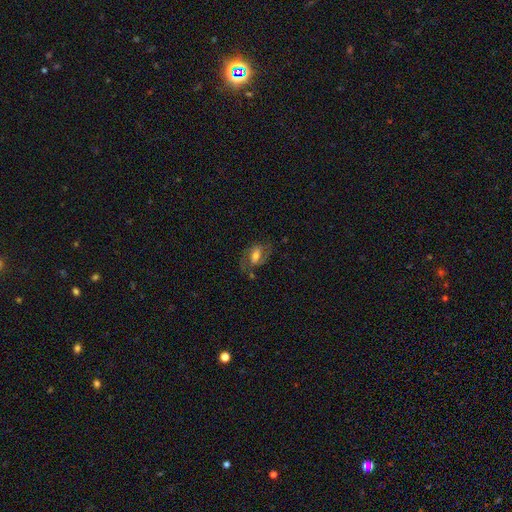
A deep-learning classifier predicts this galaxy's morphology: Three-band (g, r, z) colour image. It shows a featured or disk galaxy (60%) with a weak bar (43%), spiral arms (79%) and a moderate central bulge (53%). Merging: none (62%).